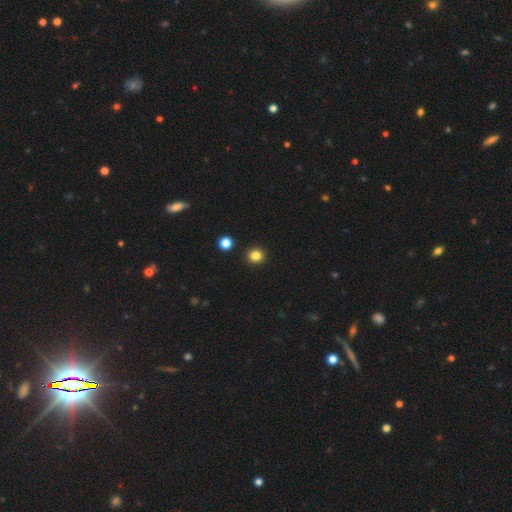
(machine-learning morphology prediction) This is clearly a smooth galaxy (83%). How rounded: clearly round (91%). Merging: clearly none (92%).